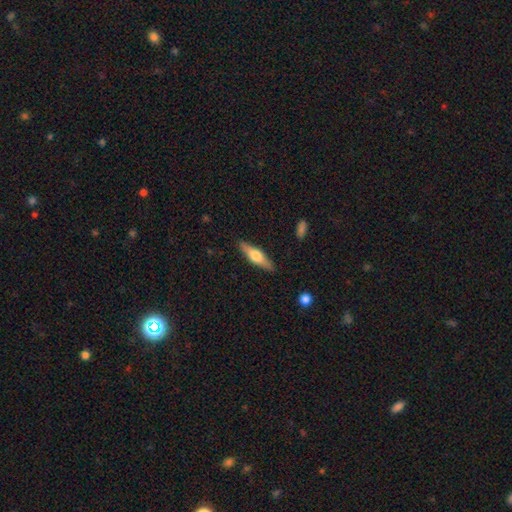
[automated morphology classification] Q: Smooth or featured?
A: featured or disk (51%); runner-up: smooth (43%)
Q: Edge-on disk?
A: yes (93%); runner-up: no (7%)
Q: Merging?
A: none (88%); runner-up: minor disturbance (9%)